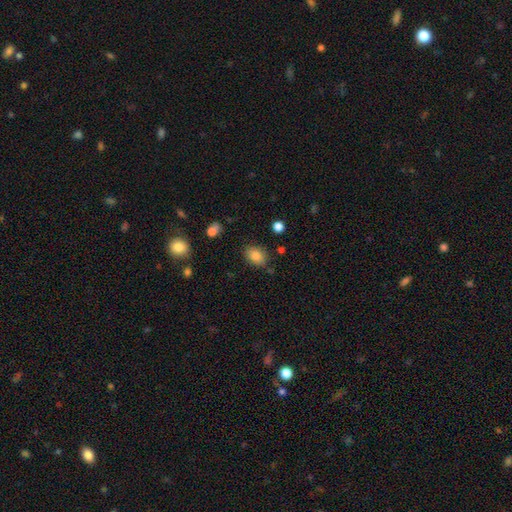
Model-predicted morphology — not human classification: Q: Smooth or featured?
A: smooth (83%); runner-up: star or artifact (10%)
Q: How rounded?
A: in between (71%); runner-up: round (27%)
Q: Merging?
A: none (80%); runner-up: minor disturbance (13%)